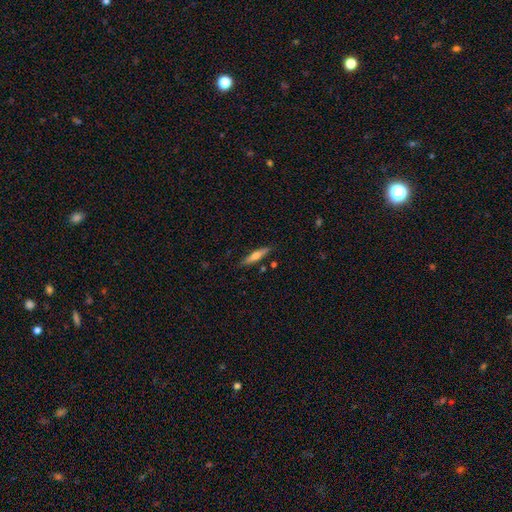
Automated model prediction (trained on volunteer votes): smooth-or-featured: smooth: 54% | featured or disk: 40% | star or artifact: 6%
  how-rounded: cigar-shaped: 82% | in between: 16% | round: 2%
  merging: none: 83% | minor disturbance: 12% | merger: 3% | major disturbance: 2%